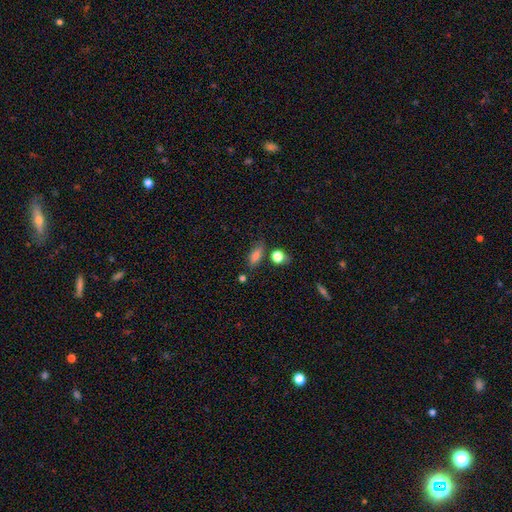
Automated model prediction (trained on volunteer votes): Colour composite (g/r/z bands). It shows a smooth galaxy with no disk features (80%) that is in between round and cigar-shaped (75%). Merging: none (70%).